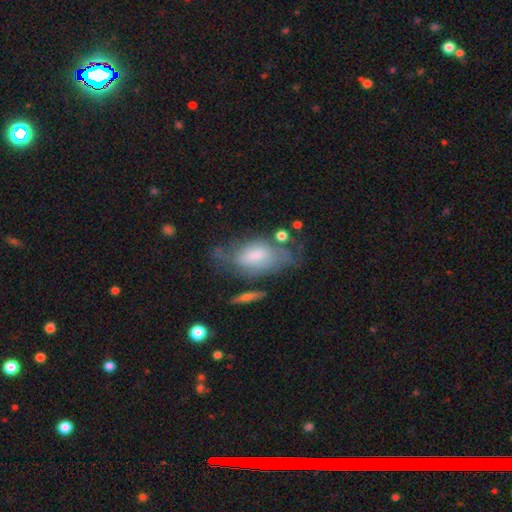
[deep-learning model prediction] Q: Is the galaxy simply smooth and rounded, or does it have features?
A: featured or disk — 48%.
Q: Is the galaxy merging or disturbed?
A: none — 36%.